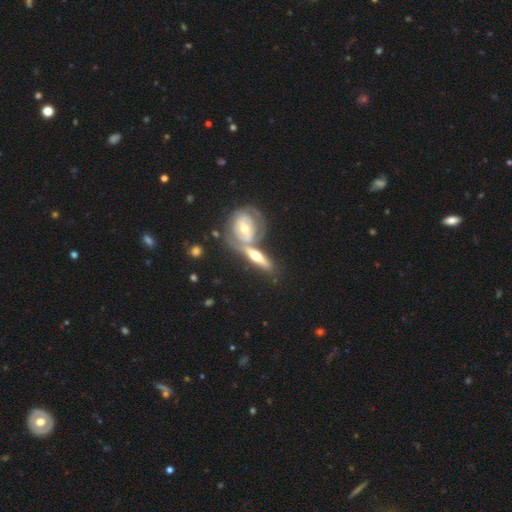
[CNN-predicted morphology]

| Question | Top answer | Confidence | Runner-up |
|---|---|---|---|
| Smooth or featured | featured or disk | 69% | smooth (26%) |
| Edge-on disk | yes | 52% | no (48%) |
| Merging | none | 44% | merger (39%) |